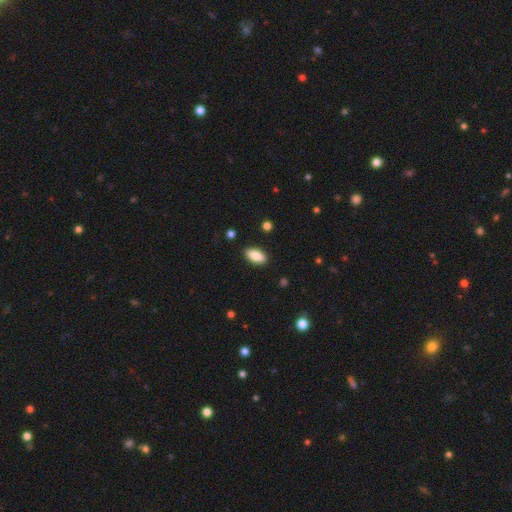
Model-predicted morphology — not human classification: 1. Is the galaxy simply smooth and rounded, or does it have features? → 86% smooth, 7% featured or disk, 7% star or artifact.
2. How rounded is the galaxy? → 91% in between, 6% cigar-shaped, 3% round.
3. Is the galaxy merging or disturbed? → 89% none, 8% minor disturbance, 2% major disturbance, 1% merger.